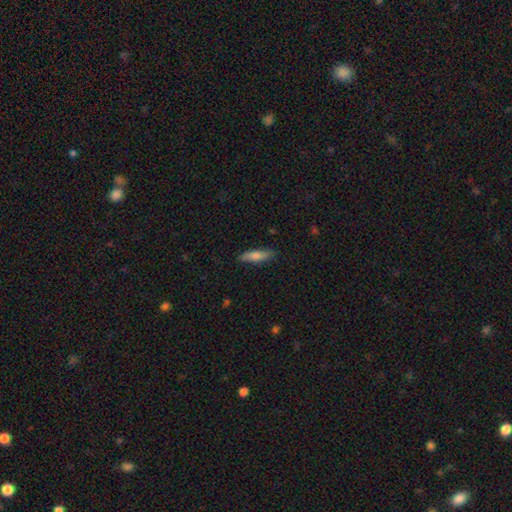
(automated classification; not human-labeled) smooth_or_featured: smooth (p=0.72) [alt: featured or disk p=0.22]
how_rounded: cigar-shaped (p=0.71) [alt: in between p=0.27]
merging: none (p=0.85) [alt: minor disturbance p=0.11]